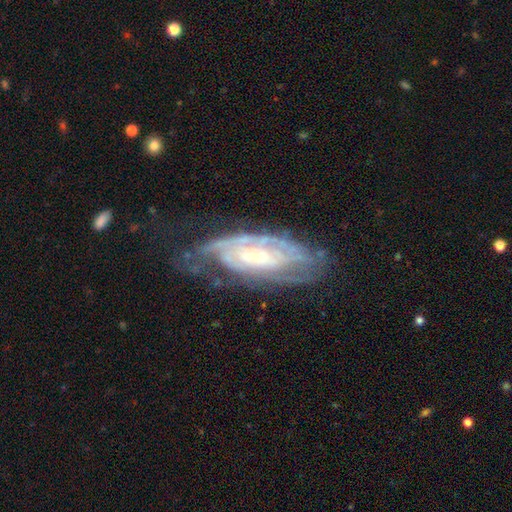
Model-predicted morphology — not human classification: Q: Smooth or featured?
A: featured or disk (82%); runner-up: smooth (12%)
Q: Edge-on disk?
A: no (89%); runner-up: yes (11%)
Q: Bar?
A: no (50%); runner-up: weak (36%)
Q: Spiral arms?
A: yes (90%); runner-up: no (10%)
Q: Spiral winding?
A: tight (66%); runner-up: medium (27%)
Q: Spiral arm count?
A: can't tell (47%); runner-up: 2 (24%)
Q: Bulge size?
A: small (51%); runner-up: moderate (32%)
Q: Merging?
A: none (55%); runner-up: minor disturbance (26%)